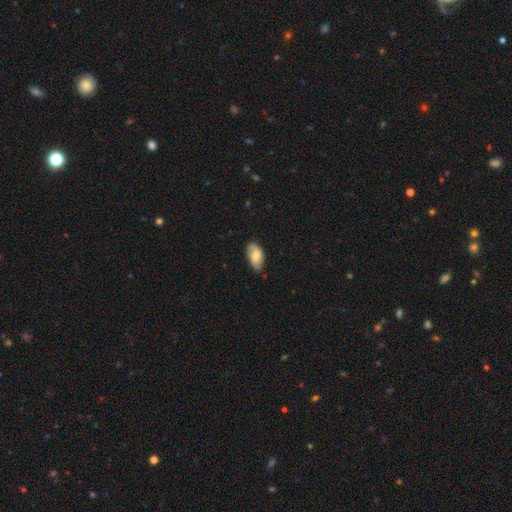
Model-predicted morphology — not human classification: smooth 75%, featured or disk 19%, star or artifact 7%. Down the decision tree: how rounded — in between (94%); merging — none (72%).